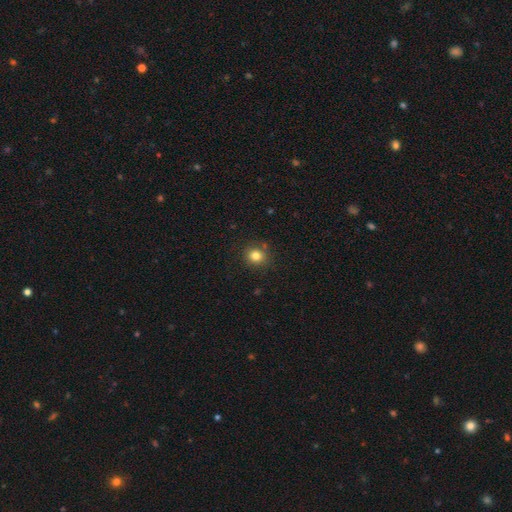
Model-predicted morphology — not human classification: Smooth or featured? smooth (83%)
How rounded? round (84%)
Merging? none (83%)